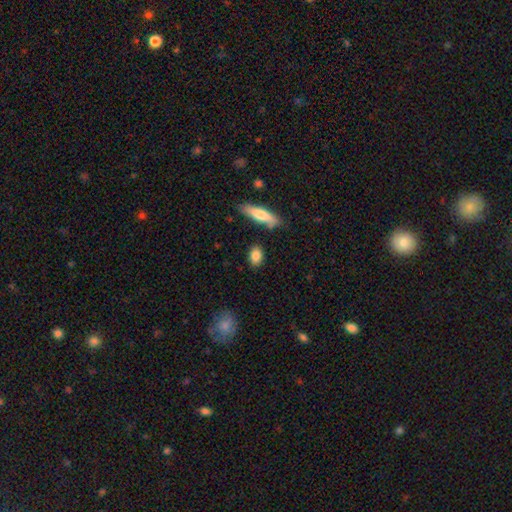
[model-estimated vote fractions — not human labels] This is clearly a smooth galaxy (85%). How rounded: likely in between (76%). Merging: clearly none (82%).